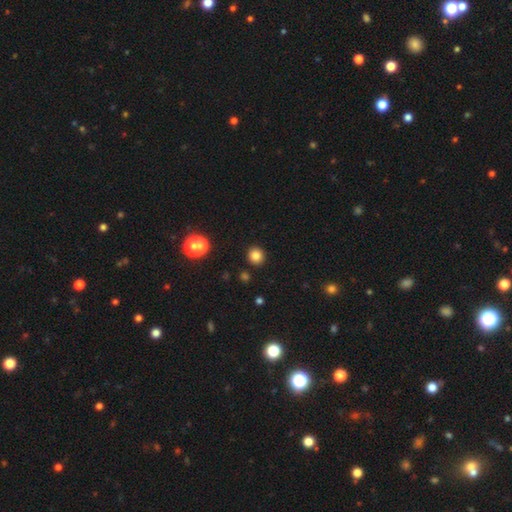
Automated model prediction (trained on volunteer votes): Smooth or featured? smooth (82%)
How rounded? round (90%)
Merging? none (91%)